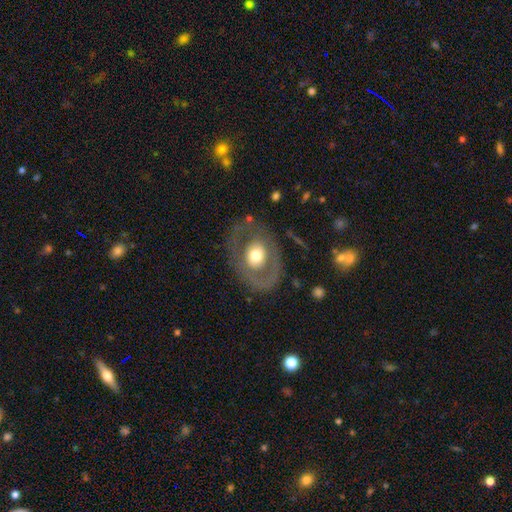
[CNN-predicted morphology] Smooth or featured? Predicted: featured or disk (p=0.50). Edge-on disk? Predicted: no (p=0.94). Merging? Predicted: none (p=0.71).